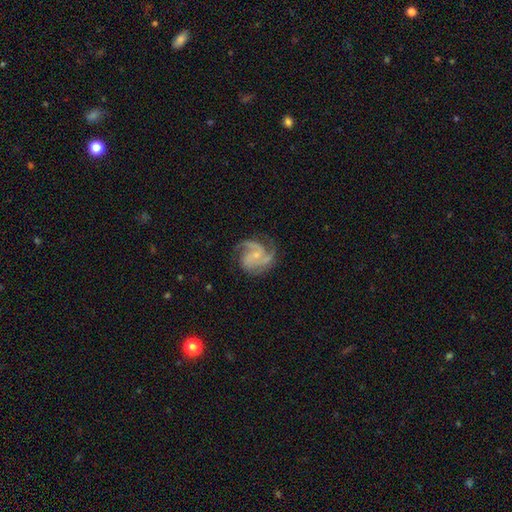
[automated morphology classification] Smooth or featured: featured or disk — 89% (smooth — 6%)
Edge-on disk: no — 98% (yes — 2%)
Bar: no — 62% (weak — 31%)
Spiral arms: yes — 98% (no — 2%)
Spiral winding: medium — 55% (tight — 31%)
Spiral arm count: 3 — 51% (2 — 30%)
Bulge size: small — 73% (moderate — 19%)
Merging: none — 71% (minor disturbance — 18%)